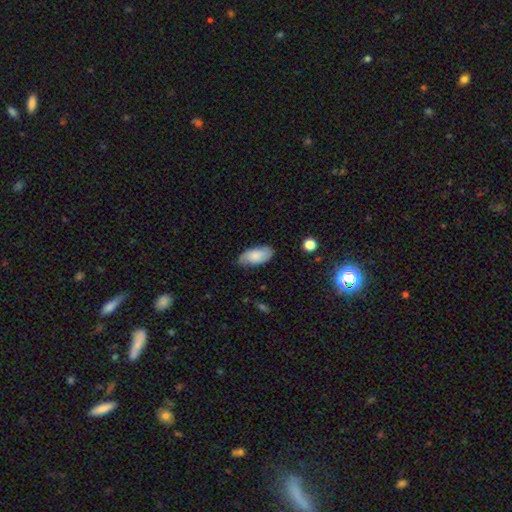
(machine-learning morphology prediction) A smooth galaxy with no disk features (68%) that is in between round and cigar-shaped (94%).

Vote fractions:
- Smooth or featured? smooth: 68% / featured or disk: 25% / star or artifact: 7%
- How rounded? in between: 94% / cigar-shaped: 4% / round: 2%
- Merging? none: 71% / minor disturbance: 23% / major disturbance: 5% / merger: 1%